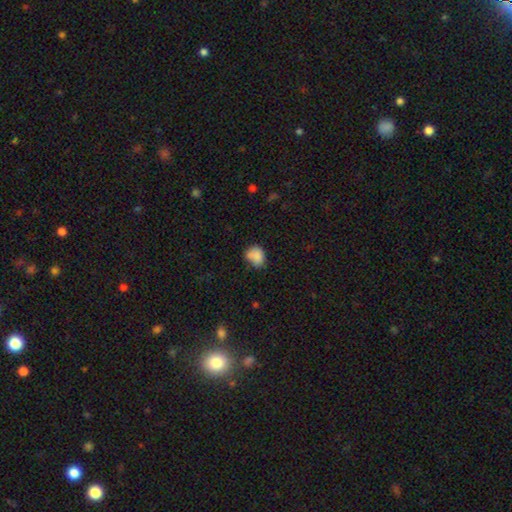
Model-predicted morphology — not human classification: smooth_or_featured: smooth (p=0.83) [alt: star or artifact p=0.10]
how_rounded: round (p=0.50) [alt: in between p=0.49]
merging: none (p=0.51) [alt: minor disturbance p=0.32]